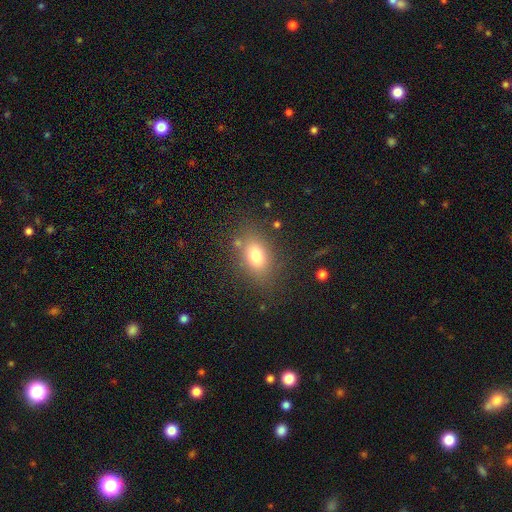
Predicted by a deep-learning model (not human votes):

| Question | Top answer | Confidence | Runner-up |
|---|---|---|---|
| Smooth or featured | smooth | 76% | featured or disk (12%) |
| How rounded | in between | 77% | round (21%) |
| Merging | none | 78% | minor disturbance (13%) |